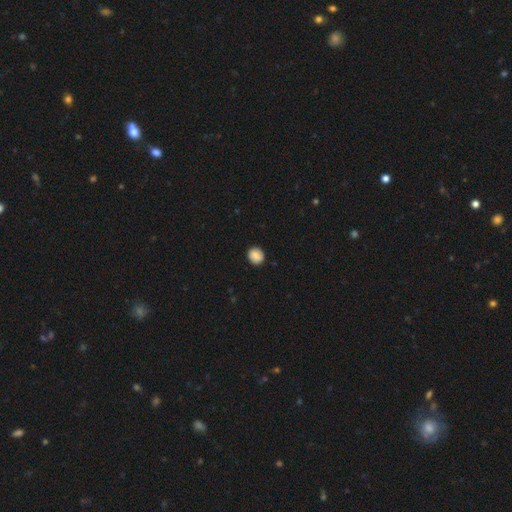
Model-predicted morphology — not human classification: smooth 81%, featured or disk 11%, star or artifact 8%. Down the decision tree: how rounded — round (84%); merging — none (88%).